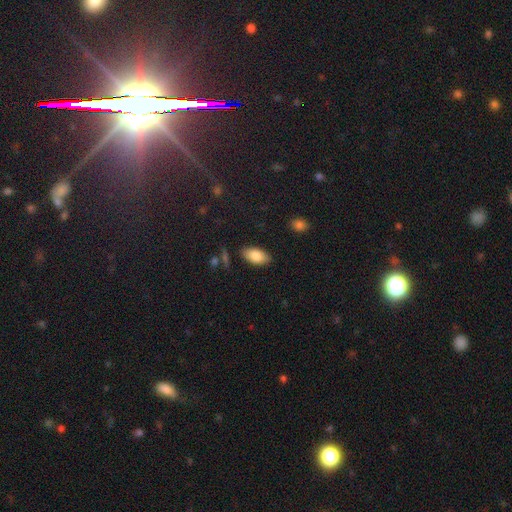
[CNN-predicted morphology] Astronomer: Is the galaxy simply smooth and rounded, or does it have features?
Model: smooth — 84%.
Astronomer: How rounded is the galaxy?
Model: in between — 92%.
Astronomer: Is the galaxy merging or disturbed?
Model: none — 85%.